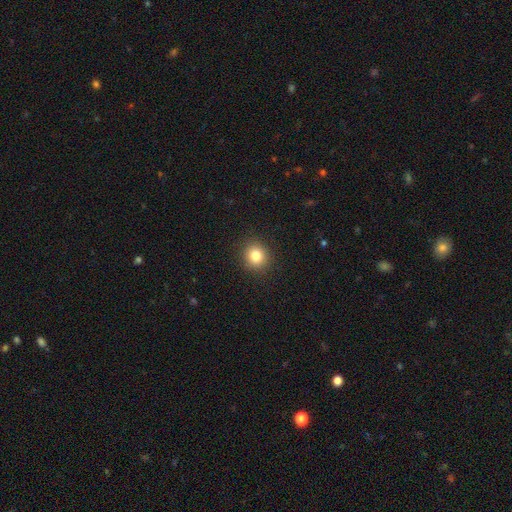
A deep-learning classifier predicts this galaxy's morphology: Overall: smooth (83%). How rounded: round (87%). Merging: none (91%).